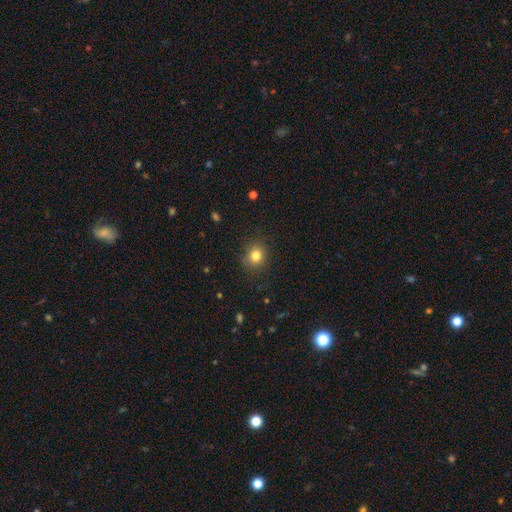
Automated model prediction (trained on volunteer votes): Morphology: type=smooth (81%); roundness=round (78%); merging=none (86%).